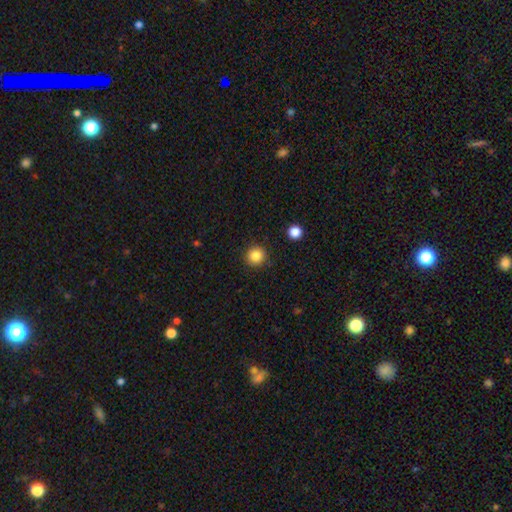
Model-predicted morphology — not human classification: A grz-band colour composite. It shows a smooth galaxy with no disk features (85%) that is round (95%). Merging: none (89%).